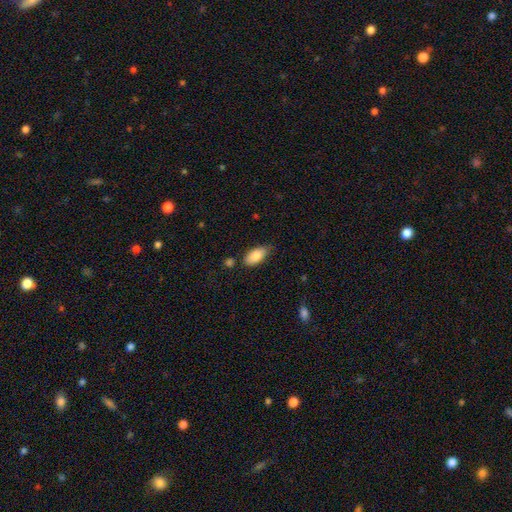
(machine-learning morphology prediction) Q: Smooth or featured?
A: smooth (85%); runner-up: featured or disk (8%)
Q: How rounded?
A: in between (92%); runner-up: cigar-shaped (6%)
Q: Merging?
A: none (69%); runner-up: minor disturbance (23%)